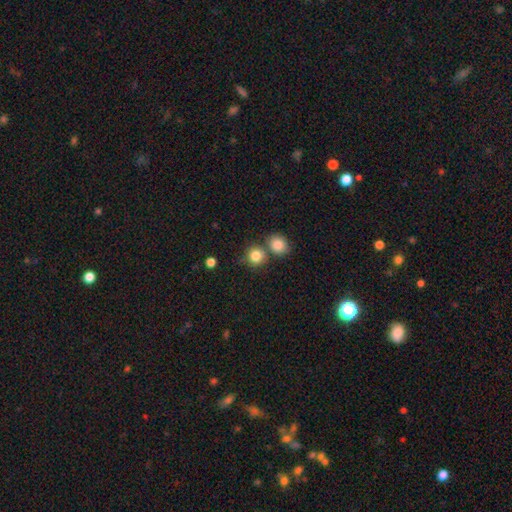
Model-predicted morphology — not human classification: The model was most divided on "merging": none: 61%, merger: 26%, minor disturbance: 10%, major disturbance: 4%. More confident: how rounded — round (86%); smooth or featured — smooth (83%).